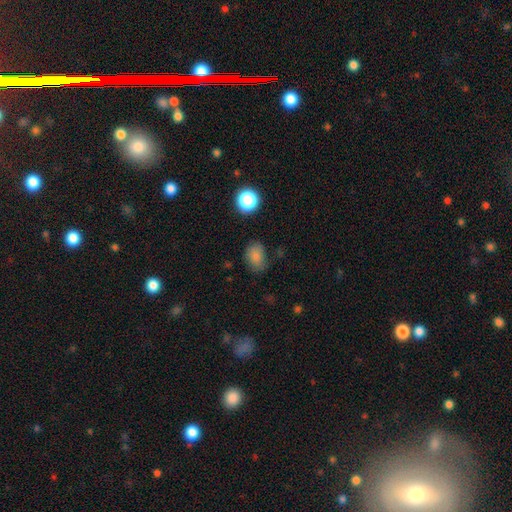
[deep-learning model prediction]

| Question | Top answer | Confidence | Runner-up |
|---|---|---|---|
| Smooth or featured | smooth | 82% | star or artifact (13%) |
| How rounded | in between | 68% | round (31%) |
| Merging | none | 70% | minor disturbance (22%) |